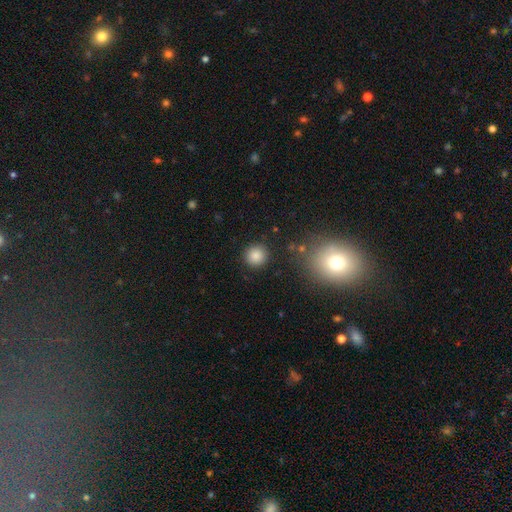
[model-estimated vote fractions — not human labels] Morphology: type=smooth (85%); roundness=round (93%); merging=none (89%).